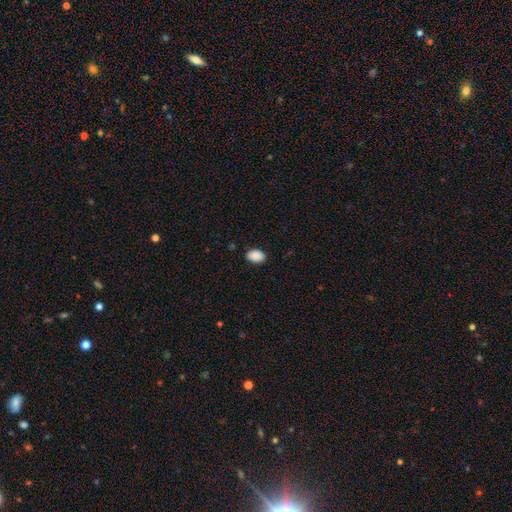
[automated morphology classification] type=smooth (90%); roundness=in between (88%); merging=none (87%).